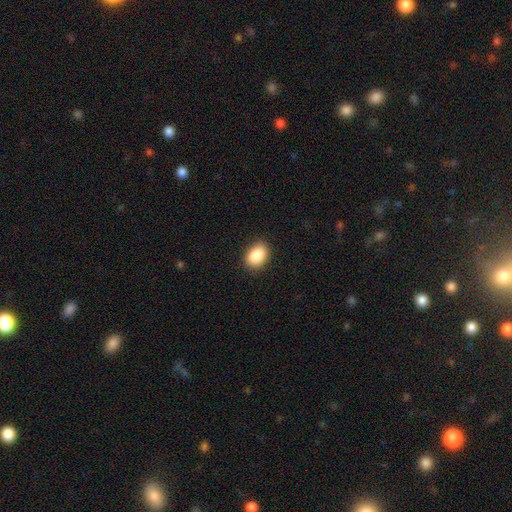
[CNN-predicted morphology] Q: Smooth or featured?
A: smooth (88%); runner-up: star or artifact (8%)
Q: How rounded?
A: in between (79%); runner-up: round (20%)
Q: Merging?
A: none (87%); runner-up: minor disturbance (10%)